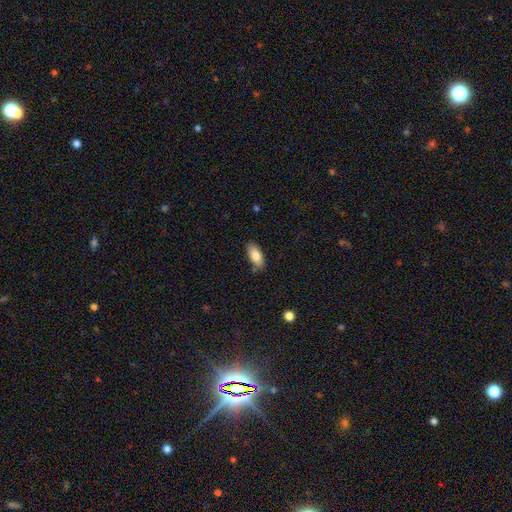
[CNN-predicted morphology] This appears to be a smooth galaxy with no disk features (82%) that is in between round and cigar-shaped (88%). Merging: none (84%).